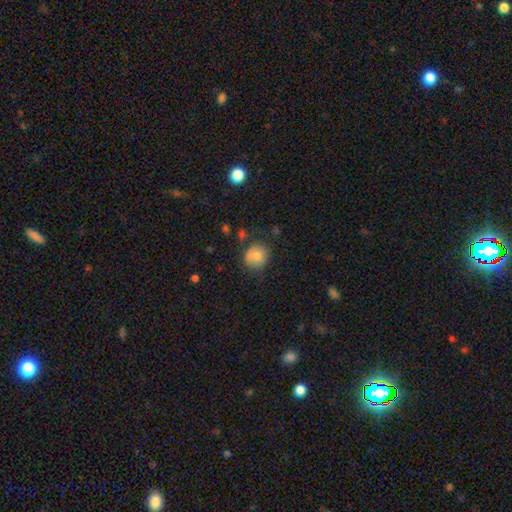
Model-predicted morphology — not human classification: A smooth galaxy with no disk features (79%) that is round (86%). Merging: none (71%).